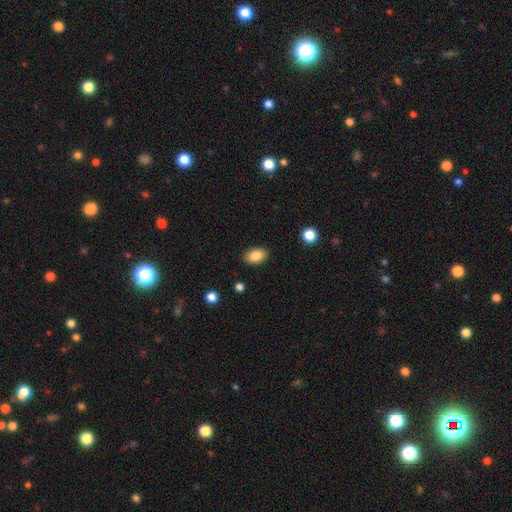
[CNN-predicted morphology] Smooth or featured: smooth — 87% (star or artifact — 8%)
How rounded: in between — 86% (round — 13%)
Merging: none — 88% (minor disturbance — 9%)